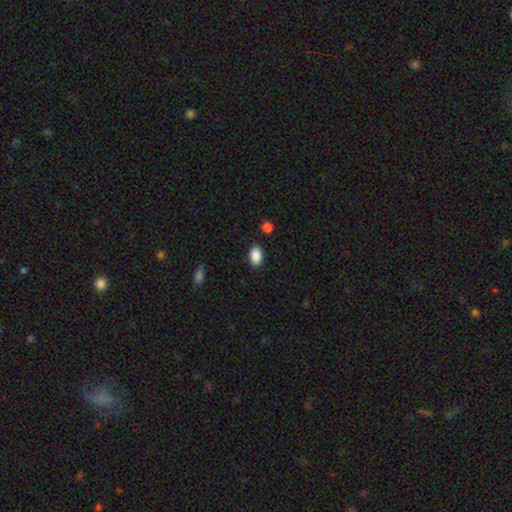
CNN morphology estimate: smooth_or_featured: smooth (p=0.88) [alt: star or artifact p=0.08]
how_rounded: in between (p=0.88) [alt: round p=0.11]
merging: none (p=0.87) [alt: minor disturbance p=0.09]